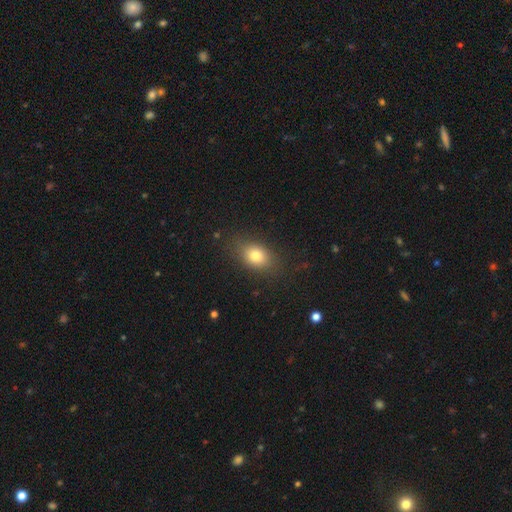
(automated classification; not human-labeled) smooth-or-featured: smooth: 79% | featured or disk: 11% | star or artifact: 11%
  how-rounded: in between: 74% | round: 24% | cigar-shaped: 2%
  merging: none: 81% | minor disturbance: 13% | major disturbance: 5% | merger: 1%